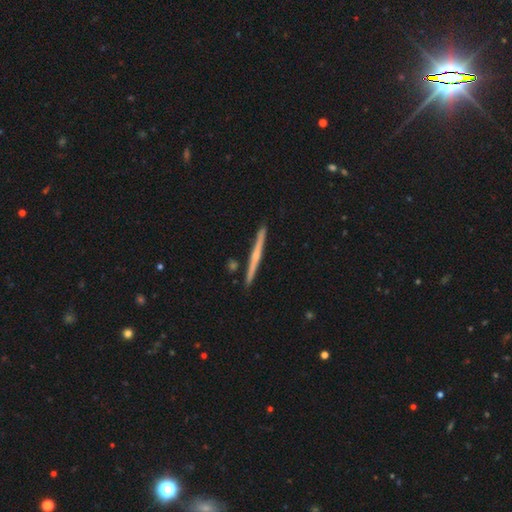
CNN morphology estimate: The model was most divided on "edge-on bulge": rounded: 58%, none: 36%, boxy: 6%. More confident: edge-on disk — yes (98%); merging — none (91%); smooth or featured — featured or disk (70%).